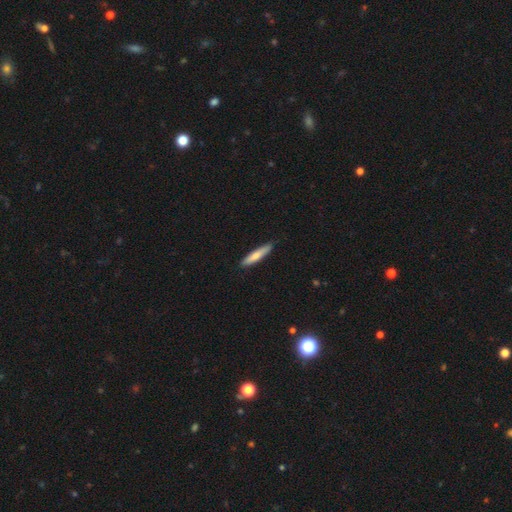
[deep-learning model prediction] A smooth galaxy with no disk features (70%) that is cigar-shaped (88%). Merging: none (88%).